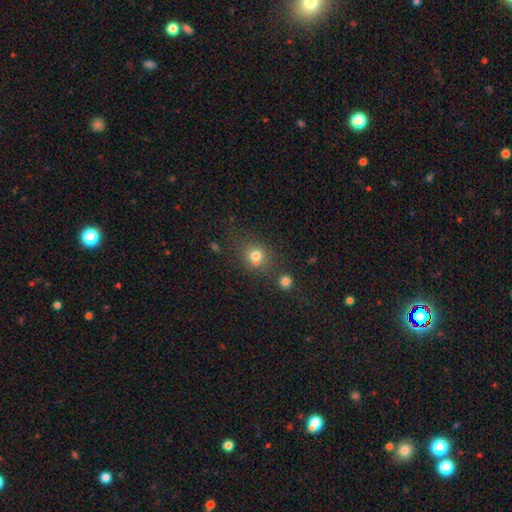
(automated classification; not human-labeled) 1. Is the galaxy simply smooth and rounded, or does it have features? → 73% smooth, 15% star or artifact, 12% featured or disk.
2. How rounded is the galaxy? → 78% round, 21% in between, 1% cigar-shaped.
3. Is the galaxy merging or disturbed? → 56% none, 27% merger, 12% minor disturbance, 5% major disturbance.